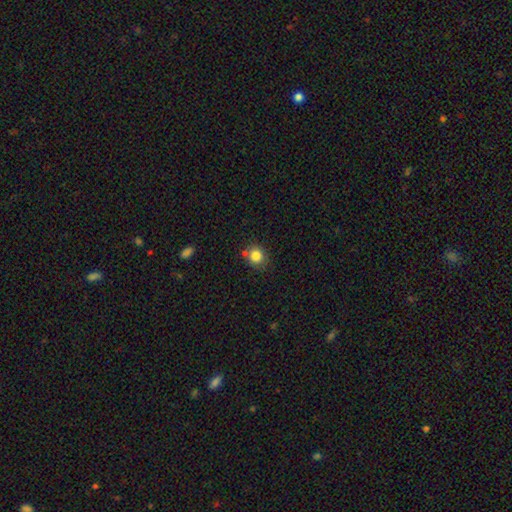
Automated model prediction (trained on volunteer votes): This appears to be a smooth galaxy with no disk features (83%) that is round (80%). Merging: none (72%).